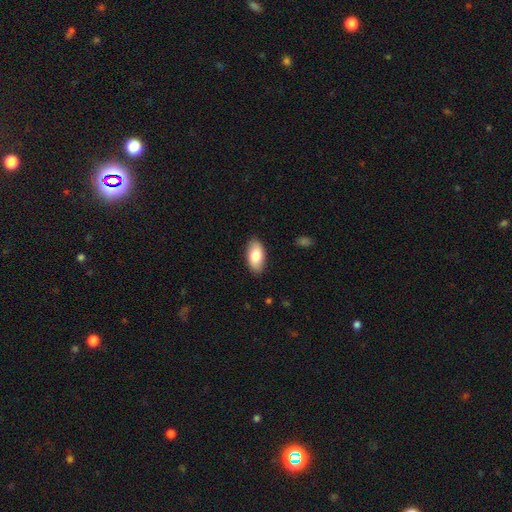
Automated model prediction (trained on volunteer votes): The model was most divided on "smooth or featured": smooth: 79%, featured or disk: 16%, star or artifact: 6%. More confident: how rounded — in between (94%); merging — none (87%).